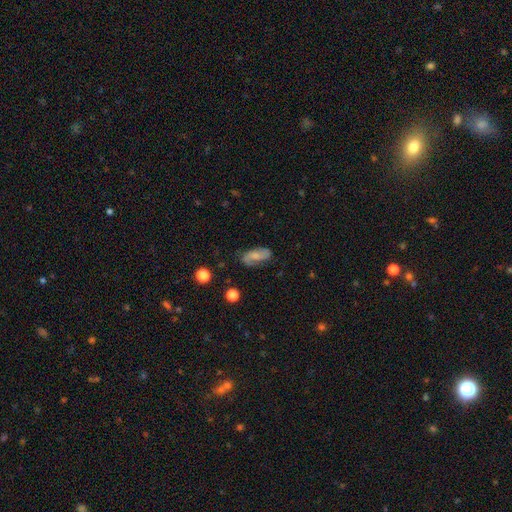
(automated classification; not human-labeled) Smooth or featured: featured or disk — 52% (smooth — 40%)
Edge-on disk: no — 94% (yes — 6%)
Merging: none — 70% (minor disturbance — 21%)